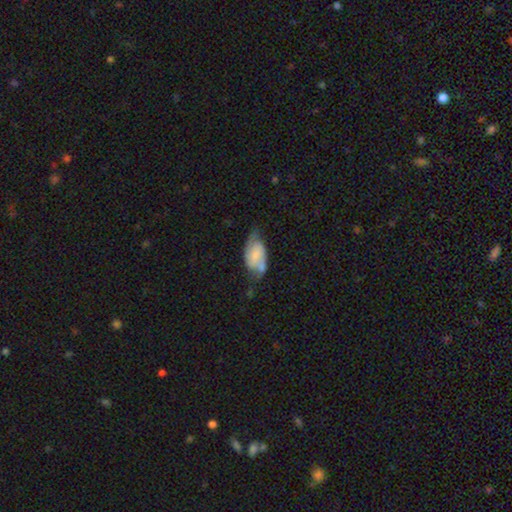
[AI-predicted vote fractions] A featured or disk galaxy (55%) with no bar (43%), spiral arms (83%) and a small central bulge (42%). Merging: none (45%).